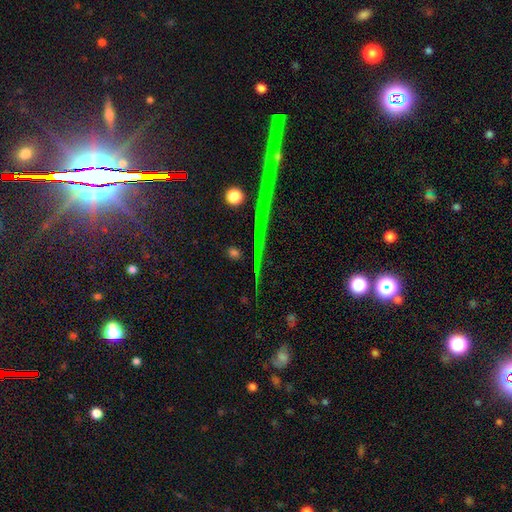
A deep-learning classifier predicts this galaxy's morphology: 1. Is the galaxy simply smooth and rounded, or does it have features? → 70% star or artifact, 15% featured or disk, 15% smooth.